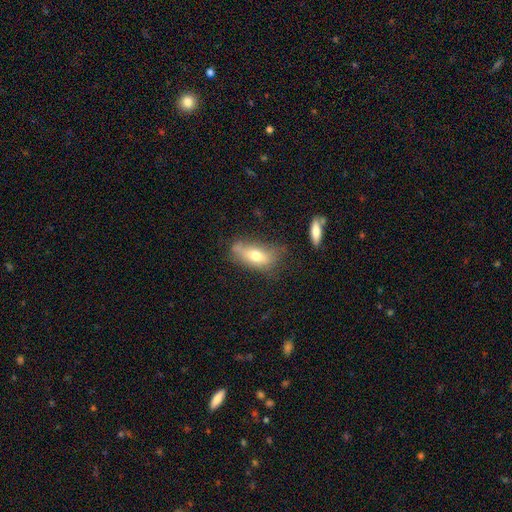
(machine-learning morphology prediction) Smooth or featured? Predicted: smooth (p=0.66). How rounded? Predicted: in between (p=0.80). Merging? Predicted: none (p=0.46).